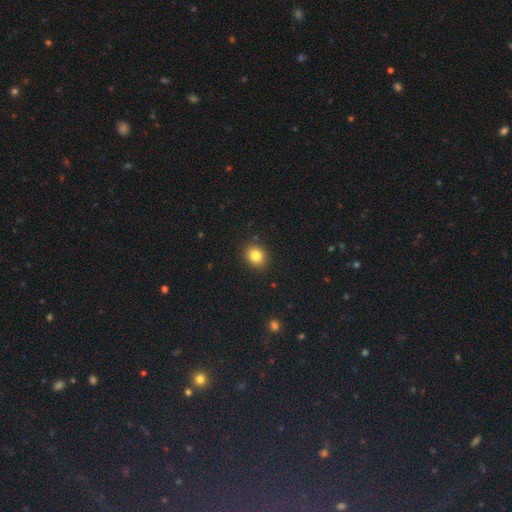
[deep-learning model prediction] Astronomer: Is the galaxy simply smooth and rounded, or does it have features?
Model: smooth — 83%.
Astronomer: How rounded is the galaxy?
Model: round — 63%.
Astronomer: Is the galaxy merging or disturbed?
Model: none — 88%.